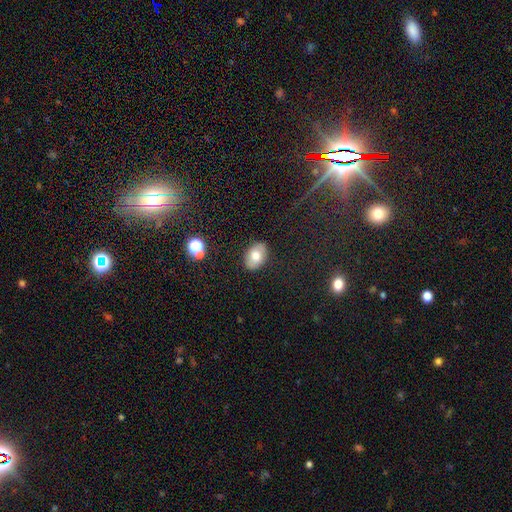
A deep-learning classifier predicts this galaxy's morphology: This appears to be a smooth galaxy with no disk features (72%) that is in between round and cigar-shaped (84%). Merging: none (86%).